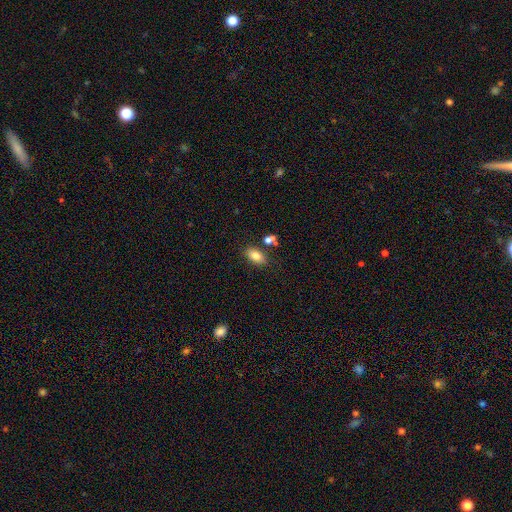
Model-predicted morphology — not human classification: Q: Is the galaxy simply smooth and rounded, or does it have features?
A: smooth — 81%.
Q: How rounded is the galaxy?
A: in between — 87%.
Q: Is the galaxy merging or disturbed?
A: none — 77%.